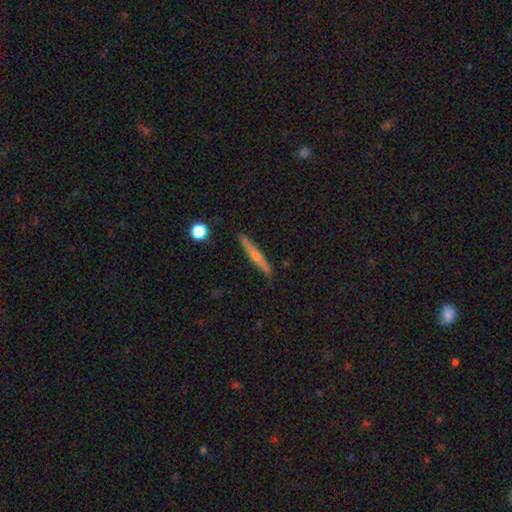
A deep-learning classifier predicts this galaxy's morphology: Smooth or featured: featured or disk — 53% (smooth — 40%)
Edge-on disk: yes — 96% (no — 4%)
Edge-on bulge: rounded — 70% (none — 25%)
Merging: none — 89% (minor disturbance — 8%)